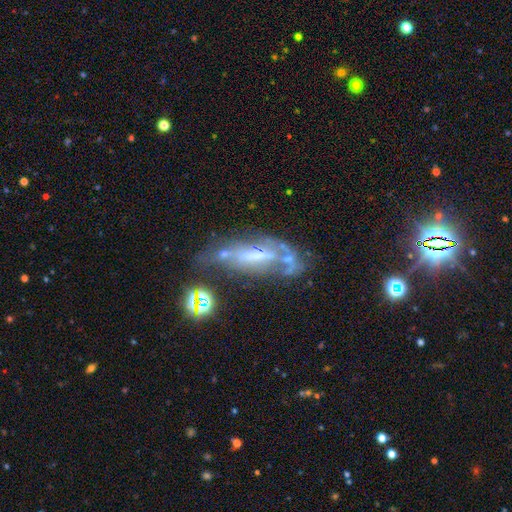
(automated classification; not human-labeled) Smooth or featured? Predicted: featured or disk (p=0.64). Edge-on disk? Predicted: no (p=0.73). Merging? Predicted: none (p=0.36).